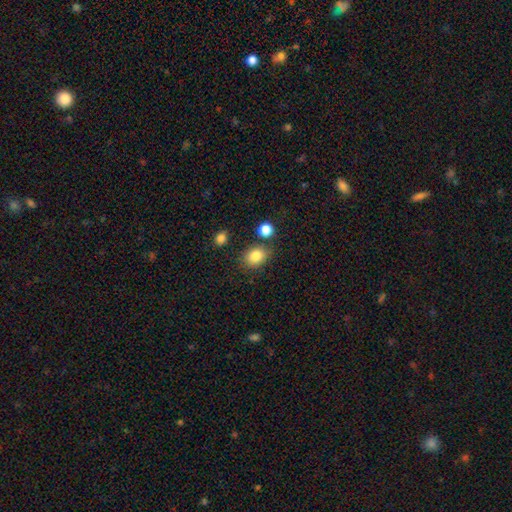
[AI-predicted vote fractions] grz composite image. It shows a smooth galaxy with no disk features (84%) that is in between round and cigar-shaped (56%). Merging: none (77%).